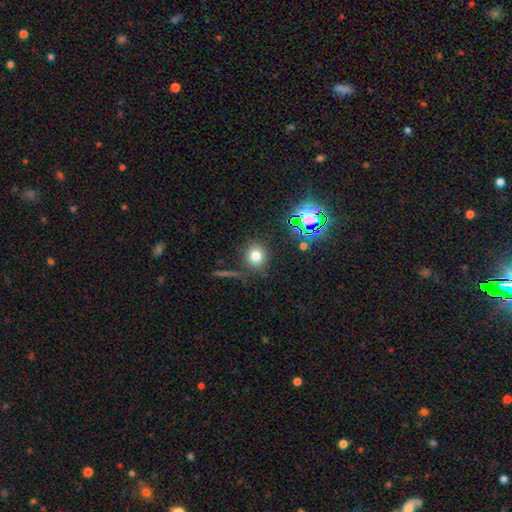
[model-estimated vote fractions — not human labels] Smooth or featured? Predicted: smooth (p=0.73). How rounded? Predicted: round (p=0.83). Merging? Predicted: none (p=0.84).